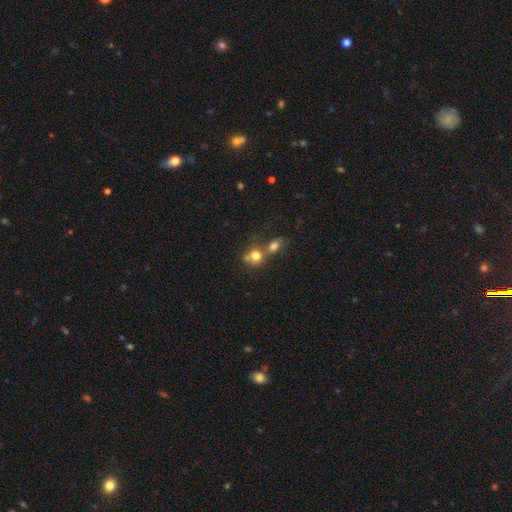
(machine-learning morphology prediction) Overall: smooth (75%). How rounded: round (77%). Merging: merger (52%; none 36%).